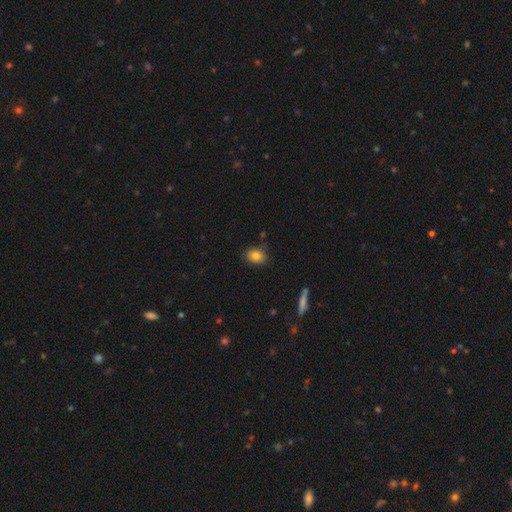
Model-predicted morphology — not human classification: This appears to be a smooth galaxy with no disk features (82%) that is in between round and cigar-shaped (62%). Merging: none (79%).